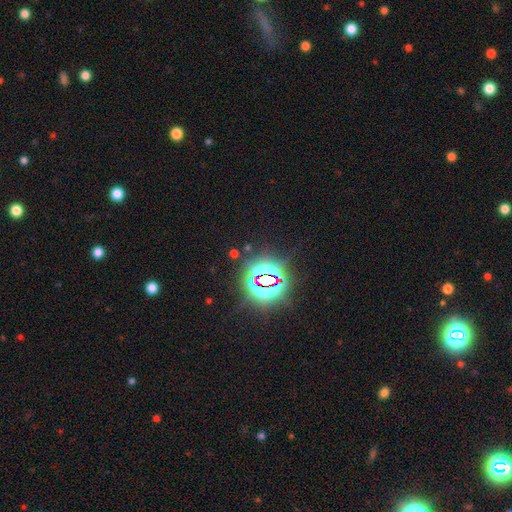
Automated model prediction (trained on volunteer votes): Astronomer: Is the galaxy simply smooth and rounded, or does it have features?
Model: star or artifact — 82%.